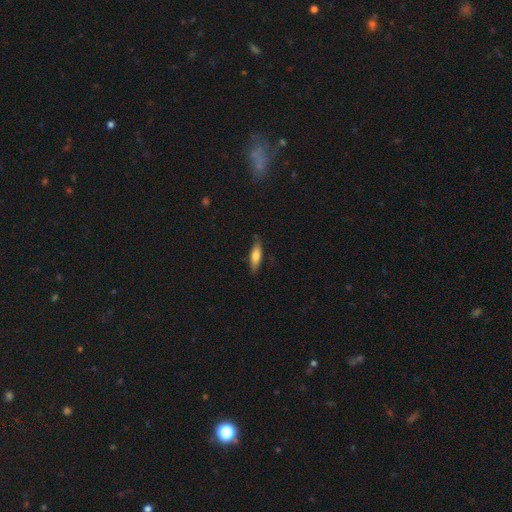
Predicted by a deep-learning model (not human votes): Smooth or featured: smooth — 70% (featured or disk — 24%)
How rounded: cigar-shaped — 58% (in between — 40%)
Merging: none — 82% (minor disturbance — 15%)